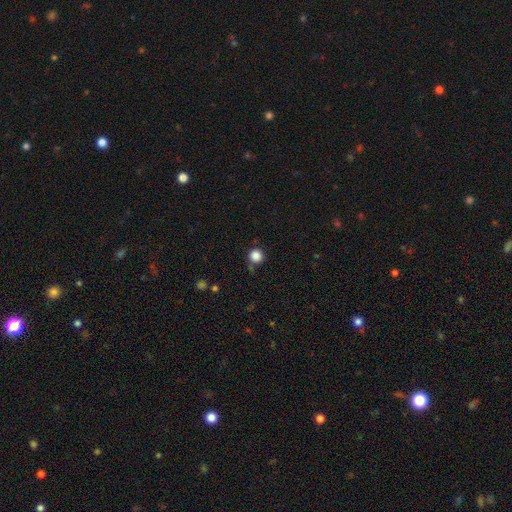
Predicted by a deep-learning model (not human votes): The model was most divided on "merging": none: 80%, minor disturbance: 12%, merger: 4%, major disturbance: 4%. More confident: how rounded — round (94%); smooth or featured — smooth (85%).